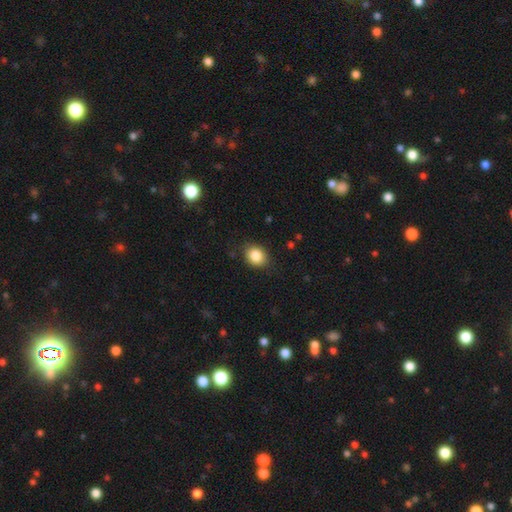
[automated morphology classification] type=smooth (85%); roundness=round (57%); merging=none (84%).